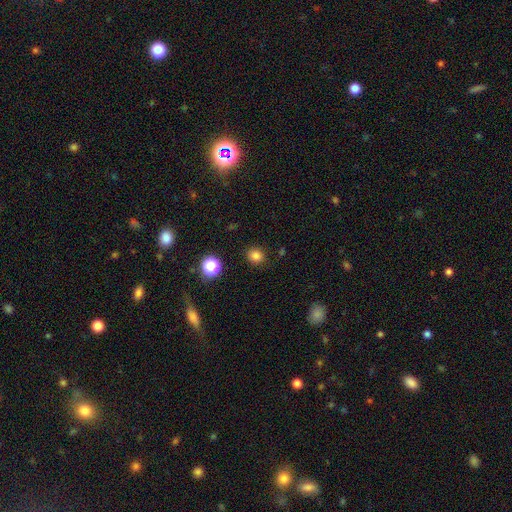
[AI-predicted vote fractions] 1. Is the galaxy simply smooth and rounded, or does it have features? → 81% smooth, 15% star or artifact, 4% featured or disk.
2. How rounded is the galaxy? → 78% round, 21% in between, 1% cigar-shaped.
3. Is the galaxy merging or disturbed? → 88% none, 8% minor disturbance, 3% major disturbance, 2% merger.